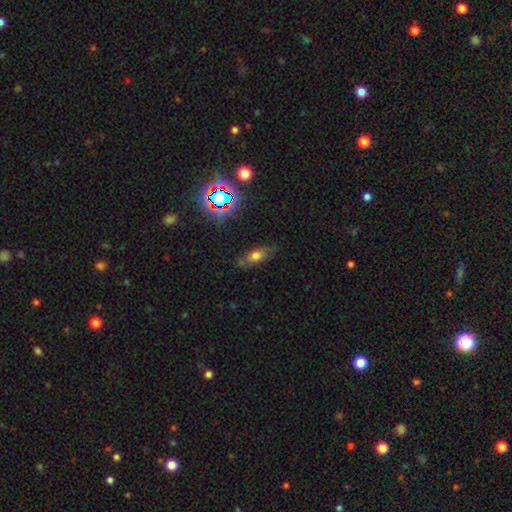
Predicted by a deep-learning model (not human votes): Smooth or featured: smooth — 56% (featured or disk — 28%)
How rounded: in between — 69% (cigar-shaped — 25%)
Merging: none — 73% (minor disturbance — 19%)